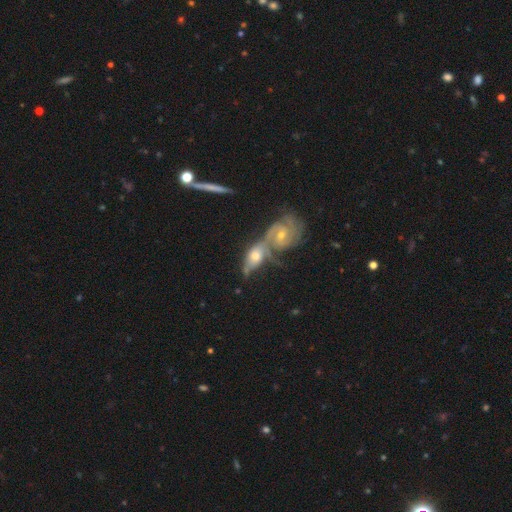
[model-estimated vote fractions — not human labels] Overall: featured or disk (73%). Edge-on disk: no (83%). Bar: no (64%; weak 28%). Spiral arms: yes (87%). Spiral arm count: 2 (52%; can't tell 23%). Spiral winding: tight (47%; medium 39%). Bulge size: moderate (52%; small 40%). Merging: merger (60%; none 24%).